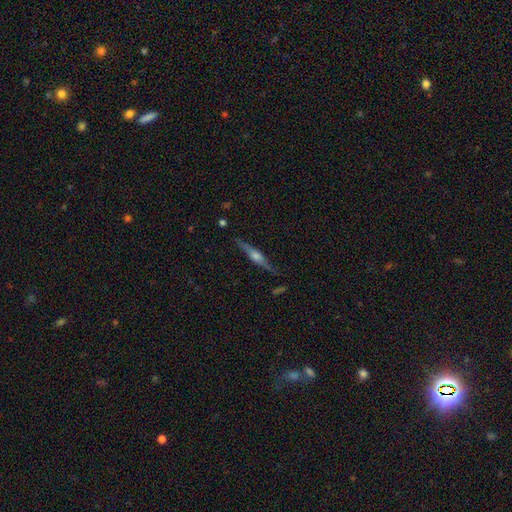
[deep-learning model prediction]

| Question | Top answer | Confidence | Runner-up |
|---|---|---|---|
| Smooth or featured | featured or disk | 82% | smooth (12%) |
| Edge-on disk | yes | 97% | no (3%) |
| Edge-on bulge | rounded | 84% | boxy (11%) |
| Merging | none | 87% | minor disturbance (10%) |